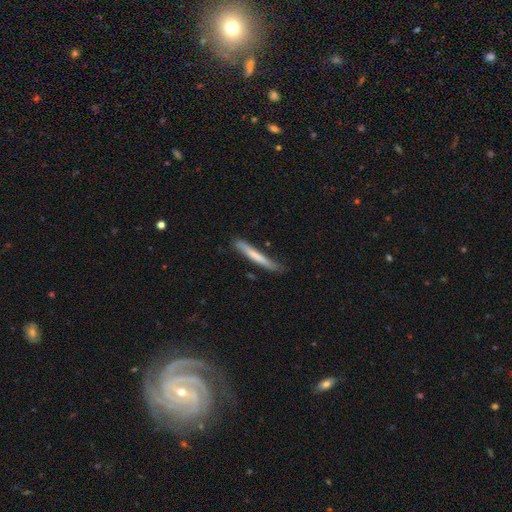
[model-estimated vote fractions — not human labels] Morphology: type=smooth (67%); roundness=cigar-shaped (96%); merging=none (77%).